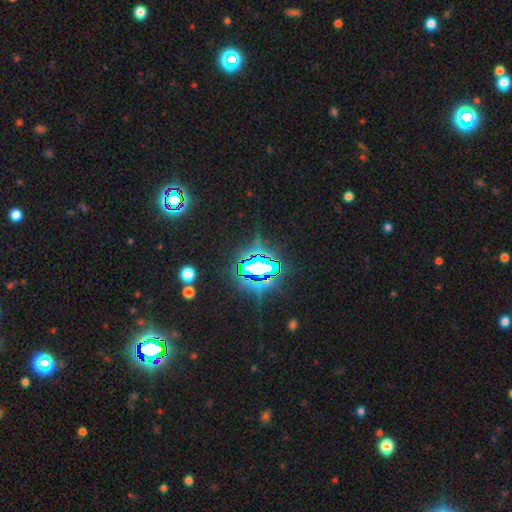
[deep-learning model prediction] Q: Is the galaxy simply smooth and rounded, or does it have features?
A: star or artifact — 83%.